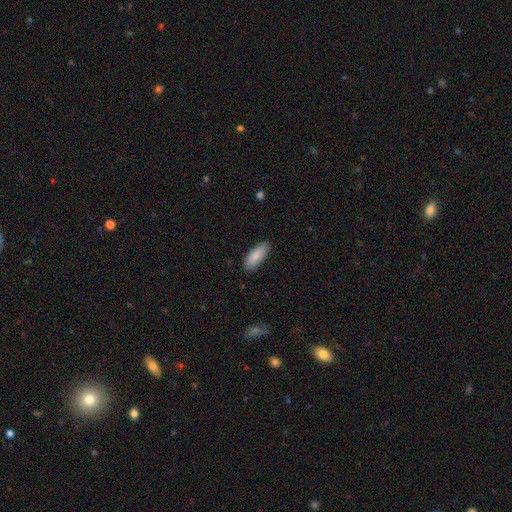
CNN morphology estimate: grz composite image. It shows a smooth galaxy with no disk features (88%) that is in between round and cigar-shaped (72%). Merging: none (88%).